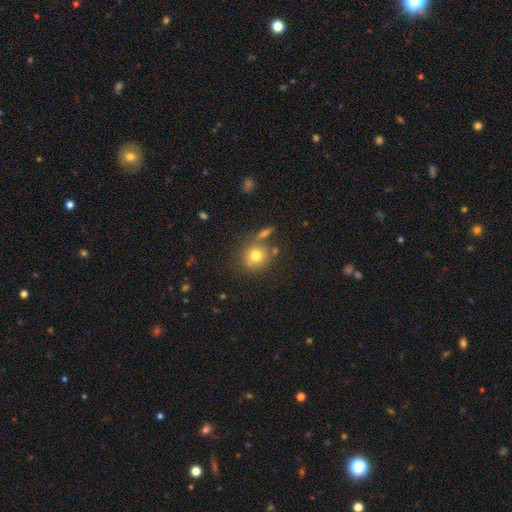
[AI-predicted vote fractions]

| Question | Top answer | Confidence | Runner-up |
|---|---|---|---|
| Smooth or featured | smooth | 76% | star or artifact (12%) |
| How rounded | round | 87% | in between (12%) |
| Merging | none | 69% | merger (14%) |